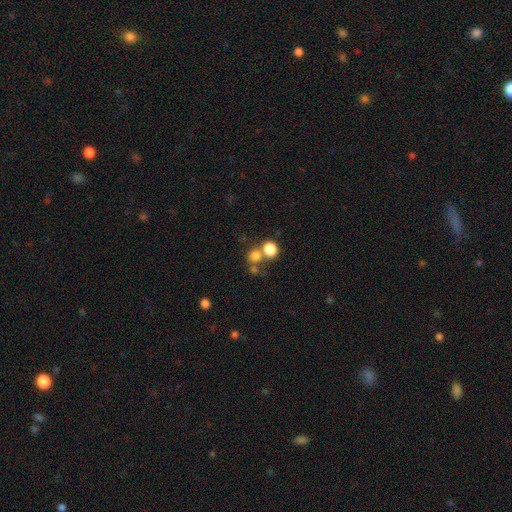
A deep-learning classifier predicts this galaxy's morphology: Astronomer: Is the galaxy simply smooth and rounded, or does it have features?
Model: smooth — 77%.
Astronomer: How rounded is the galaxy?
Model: round — 83%.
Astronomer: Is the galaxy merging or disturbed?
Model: none — 54% (runner-up: merger, 34%).